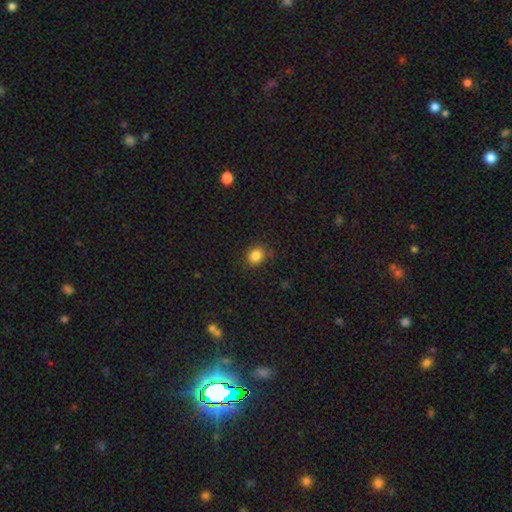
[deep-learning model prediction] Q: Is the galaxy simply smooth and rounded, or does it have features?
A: smooth — 84%.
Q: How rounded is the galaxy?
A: round — 65%.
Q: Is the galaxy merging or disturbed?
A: none — 84%.